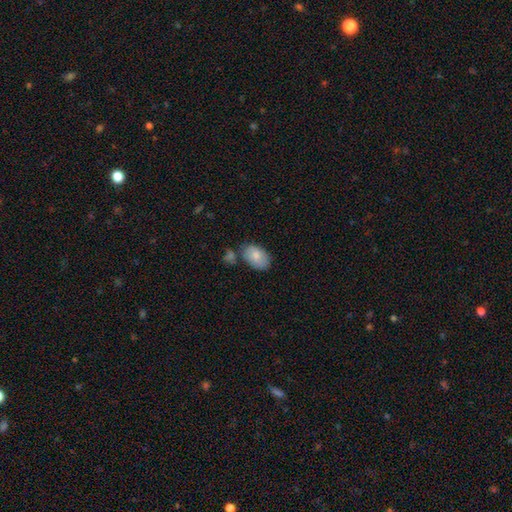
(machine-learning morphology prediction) Q: Smooth or featured?
A: smooth (80%); runner-up: featured or disk (13%)
Q: How rounded?
A: in between (91%); runner-up: round (8%)
Q: Merging?
A: none (64%); runner-up: minor disturbance (19%)